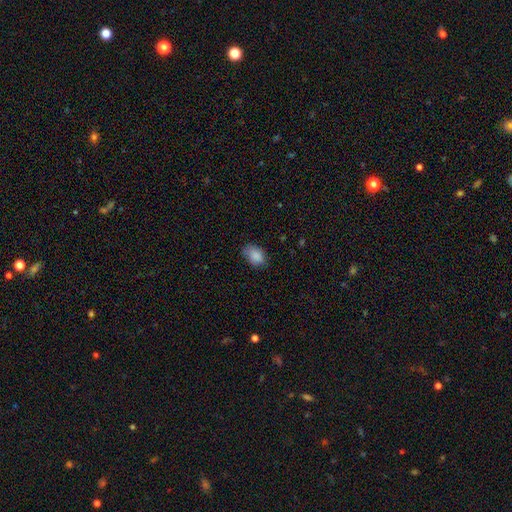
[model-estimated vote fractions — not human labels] This appears to be a smooth galaxy with no disk features (86%) that is in between round and cigar-shaped (77%). Merging: none (63%).